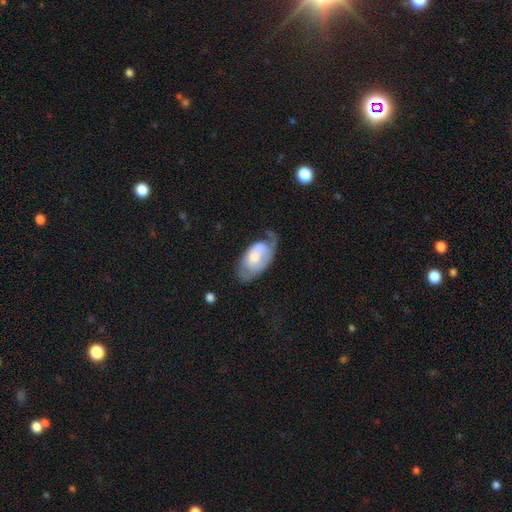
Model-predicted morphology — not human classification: The model was most divided on "merging": none: 37%, major disturbance: 30%, minor disturbance: 30%, merger: 3%. More confident: edge-on disk — no (94%); smooth or featured — featured or disk (53%).